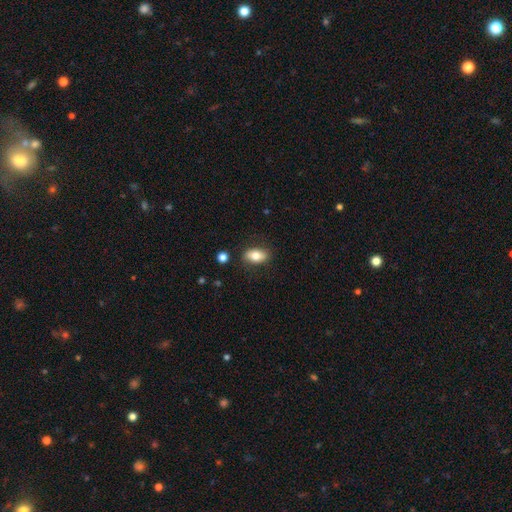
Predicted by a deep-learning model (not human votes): Smooth or featured: smooth — 76% (featured or disk — 16%)
How rounded: in between — 89% (round — 7%)
Merging: none — 84% (minor disturbance — 11%)